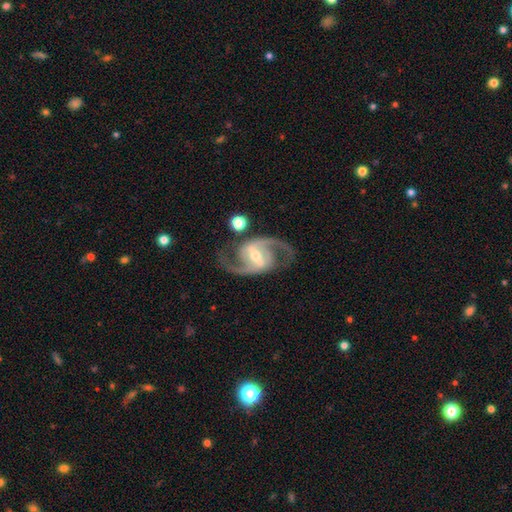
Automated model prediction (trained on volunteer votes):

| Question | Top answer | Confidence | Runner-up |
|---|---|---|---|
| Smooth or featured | featured or disk | 93% | star or artifact (4%) |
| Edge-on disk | no | 97% | yes (3%) |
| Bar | strong | 57% | weak (34%) |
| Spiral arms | yes | 98% | no (2%) |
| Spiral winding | medium | 64% | loose (20%) |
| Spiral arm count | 2 | 94% | can't tell (2%) |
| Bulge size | moderate | 50% | small (44%) |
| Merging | none | 82% | minor disturbance (11%) |